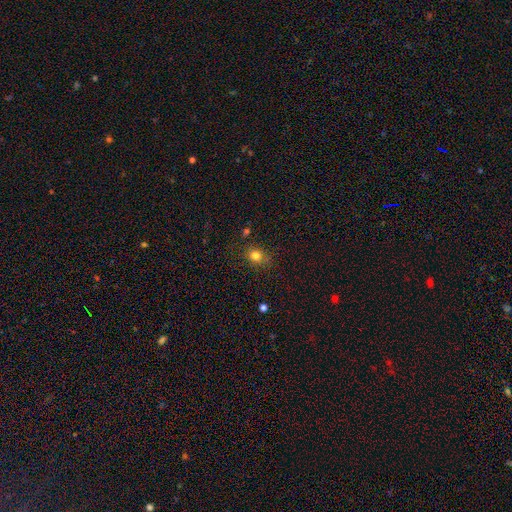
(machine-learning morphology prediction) smooth_or_featured: smooth (p=0.79) [alt: star or artifact p=0.14]
how_rounded: round (p=0.67) [alt: in between p=0.32]
merging: none (p=0.75) [alt: minor disturbance p=0.16]